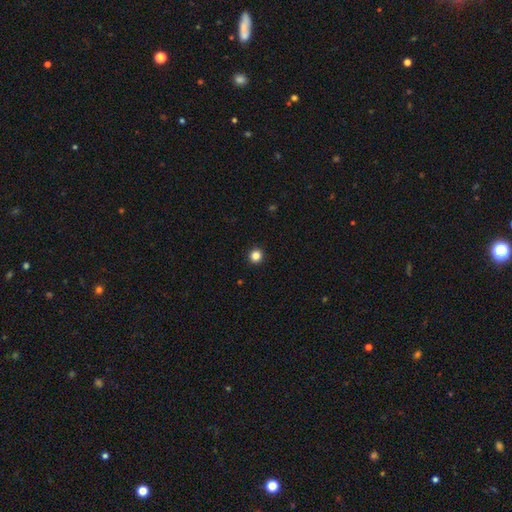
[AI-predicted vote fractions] Morphology: type=smooth (85%); roundness=round (94%); merging=none (94%).